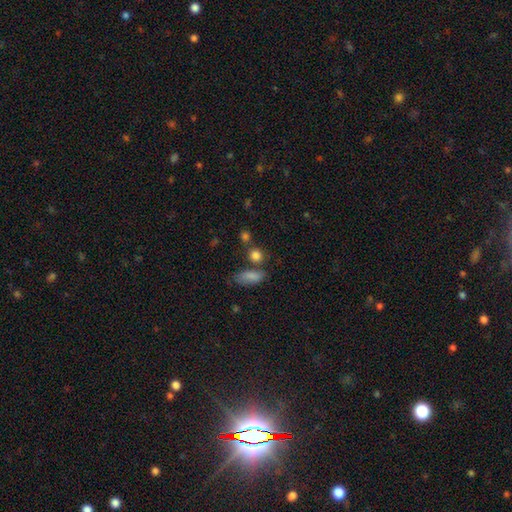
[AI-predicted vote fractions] smooth-or-featured: smooth: 83% | star or artifact: 11% | featured or disk: 6%
  how-rounded: round: 65% | in between: 31% | cigar-shaped: 4%
  merging: none: 65% | merger: 18% | minor disturbance: 13% | major disturbance: 5%